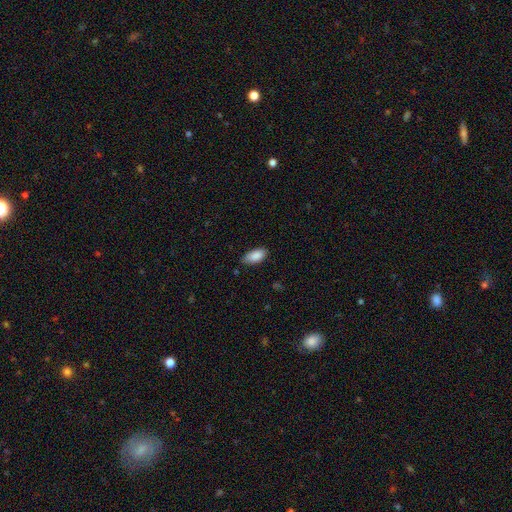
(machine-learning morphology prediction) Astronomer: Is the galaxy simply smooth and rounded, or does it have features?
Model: smooth — 89%.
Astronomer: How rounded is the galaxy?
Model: in between — 92%.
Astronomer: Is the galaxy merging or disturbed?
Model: none — 79%.